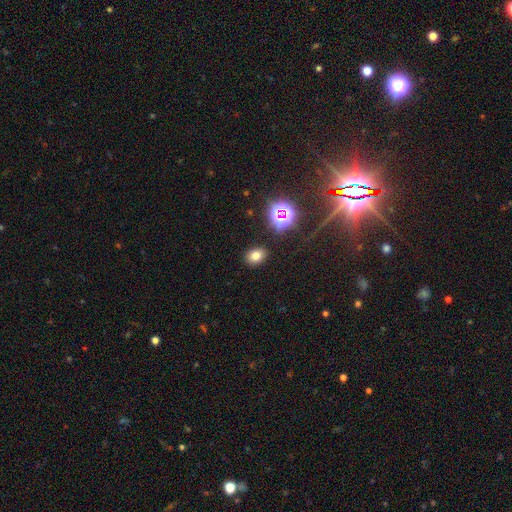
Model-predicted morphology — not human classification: A smooth galaxy with no disk features (73%) that is in between round and cigar-shaped (68%). Merging: none (88%).